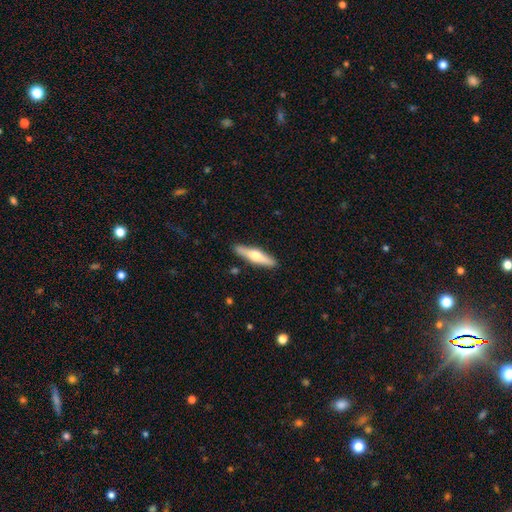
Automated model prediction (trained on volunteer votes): A featured or disk galaxy (54%) viewed edge-on (94%) with a rounded central bulge (94%). Merging: none (89%).